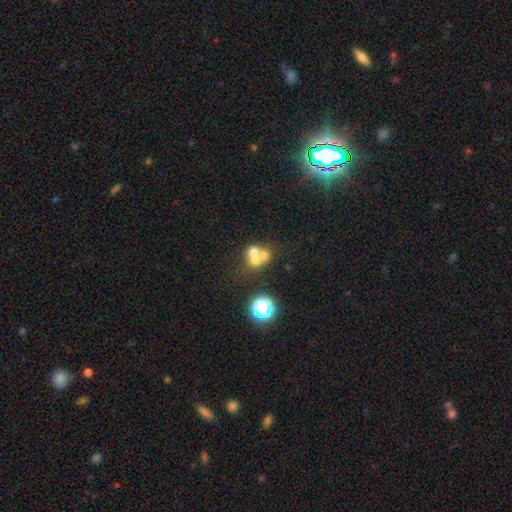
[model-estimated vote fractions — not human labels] Morphology: type=smooth (55%); roundness=round (78%); merging=merger (59%).